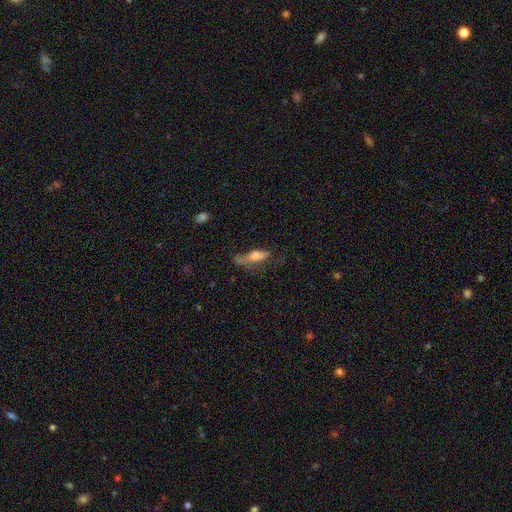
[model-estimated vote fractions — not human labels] This appears to be a smooth galaxy with no disk features (58%) that is cigar-shaped (57%). Merging: none (43%).